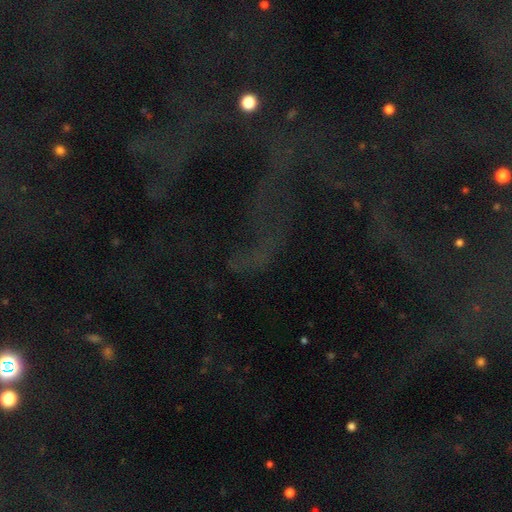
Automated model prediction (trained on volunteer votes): Q: Smooth or featured?
A: star or artifact (72%); runner-up: featured or disk (15%)